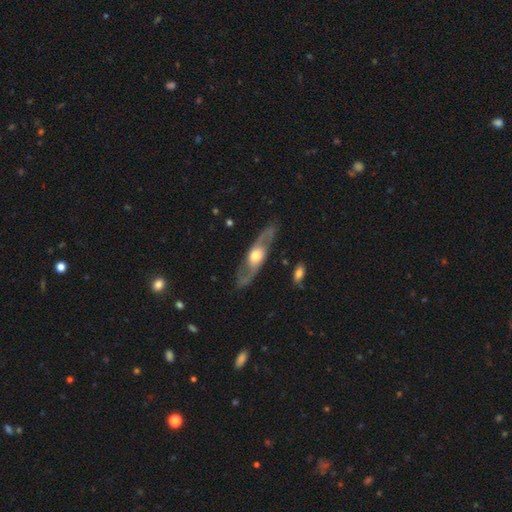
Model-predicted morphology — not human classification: Overall: featured or disk (78%). Edge-on disk: no (66%; yes 34%). Bar: no (73%). Spiral arms: yes (78%). Bulge size: moderate (56%; large 33%). Merging: none (81%).